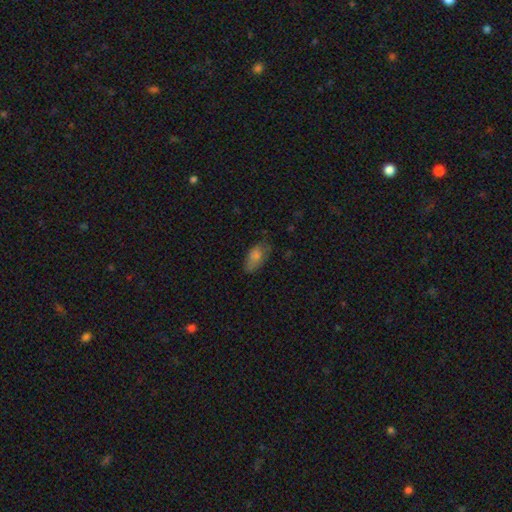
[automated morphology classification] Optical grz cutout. It shows a smooth galaxy with no disk features (74%) that is in between round and cigar-shaped (86%). Merging: none (66%).